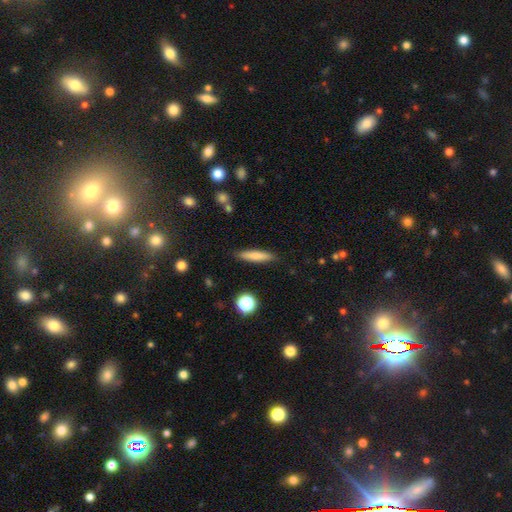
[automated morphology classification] Smooth or featured?
  - smooth: 79% *
  - featured or disk: 14%
  - star or artifact: 7%
How rounded?
  - cigar-shaped: 83% *
  - in between: 15%
  - round: 2%
Merging?
  - none: 88% *
  - minor disturbance: 9%
  - major disturbance: 2%
  - merger: 2%